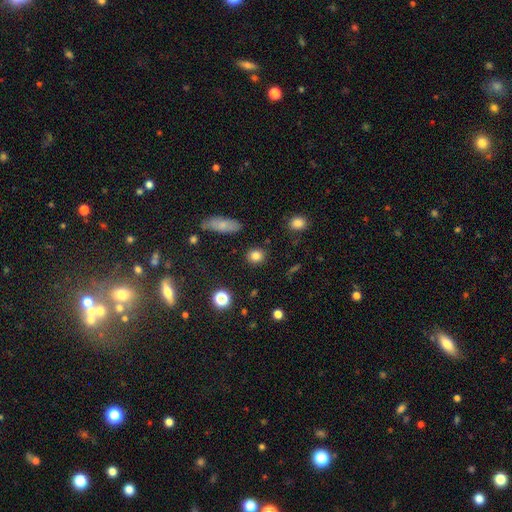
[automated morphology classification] This appears to be a smooth galaxy with no disk features (83%) that is round (81%). Merging: none (90%).